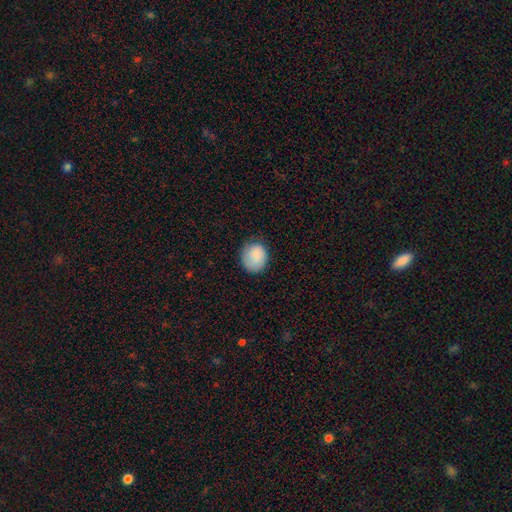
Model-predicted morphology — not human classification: A smooth galaxy with no disk features (82%) that is round (70%).

Vote fractions:
- Smooth or featured? smooth: 82% / featured or disk: 11% / star or artifact: 7%
- How rounded? round: 70% / in between: 29% / cigar-shaped: 1%
- Merging? none: 69% / minor disturbance: 24% / major disturbance: 6% / merger: 1%